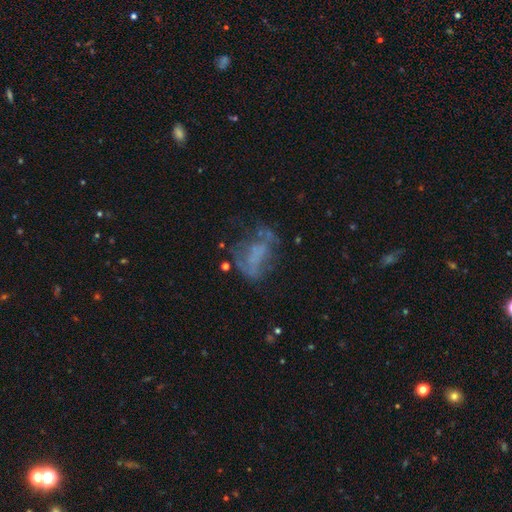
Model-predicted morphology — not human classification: The model was most divided on "merging": none: 38%, major disturbance: 35%, minor disturbance: 20%, merger: 7%. More confident: edge-on disk — no (96%); bar — no (77%); bulge size — none (75%); spiral arms — no (72%); smooth or featured — featured or disk (53%).